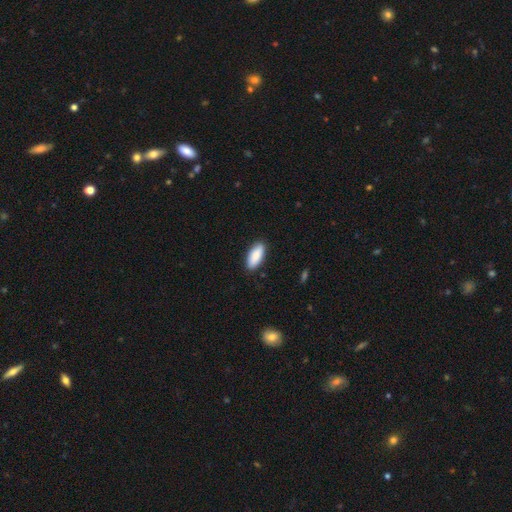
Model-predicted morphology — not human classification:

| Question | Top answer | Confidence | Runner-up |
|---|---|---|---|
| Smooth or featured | smooth | 87% | featured or disk (7%) |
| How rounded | in between | 83% | cigar-shaped (15%) |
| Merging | none | 89% | minor disturbance (8%) |